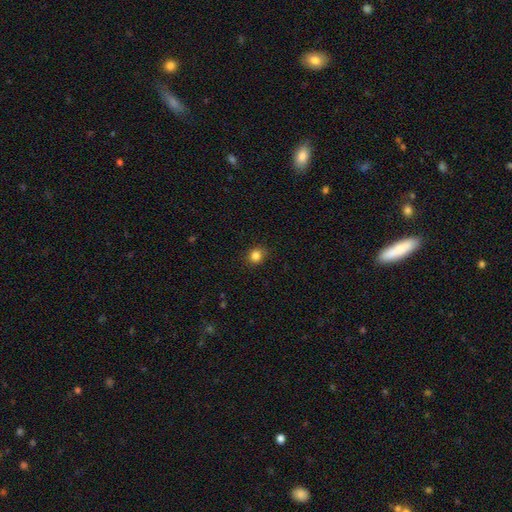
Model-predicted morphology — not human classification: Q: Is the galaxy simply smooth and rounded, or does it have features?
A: smooth — 84%.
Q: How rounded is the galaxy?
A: round — 80%.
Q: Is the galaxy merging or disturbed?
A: none — 87%.